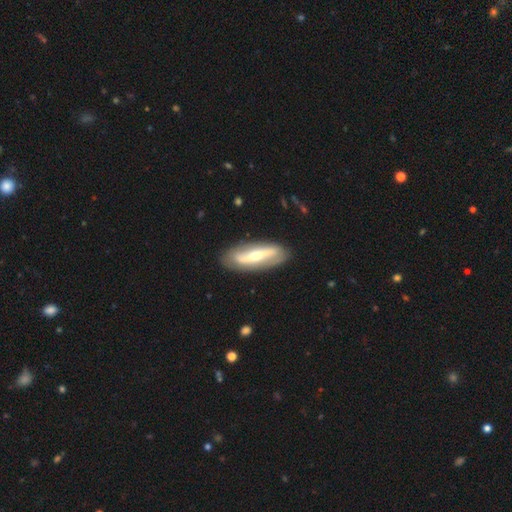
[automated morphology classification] Smooth or featured? featured or disk (73%)
Edge-on disk? no (73%)
Bar? strong (59%)
Spiral arms? yes (72%)
Bulge size? moderate (56%)
Merging? none (85%)